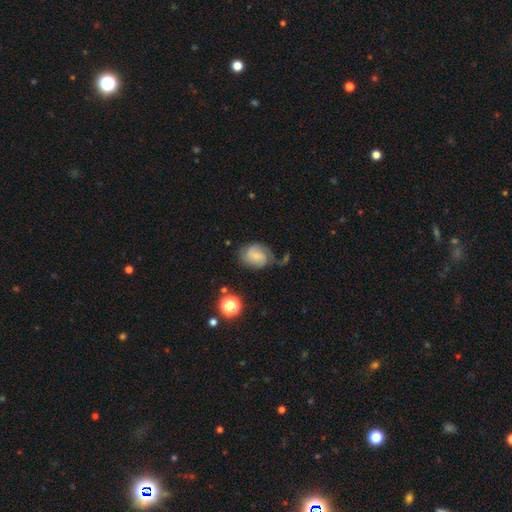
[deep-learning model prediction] Q: Smooth or featured?
A: featured or disk (58%); runner-up: smooth (32%)
Q: Edge-on disk?
A: no (97%); runner-up: yes (3%)
Q: Bar?
A: no (51%); runner-up: weak (41%)
Q: Spiral arms?
A: yes (87%); runner-up: no (13%)
Q: Bulge size?
A: small (63%); runner-up: moderate (23%)
Q: Merging?
A: none (44%); runner-up: minor disturbance (27%)